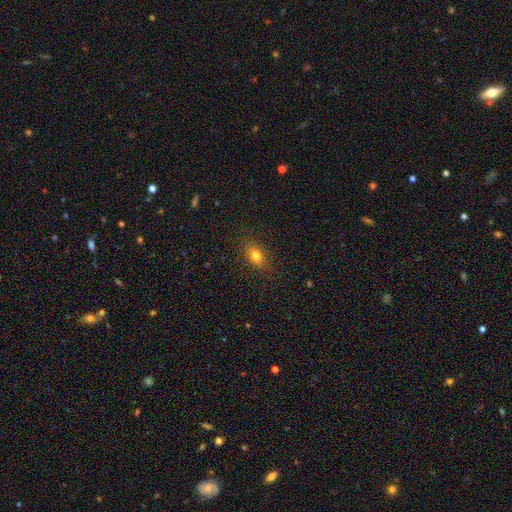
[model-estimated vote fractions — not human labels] Smooth or featured: smooth — 79% (star or artifact — 11%)
How rounded: in between — 78% (round — 19%)
Merging: none — 87% (minor disturbance — 10%)